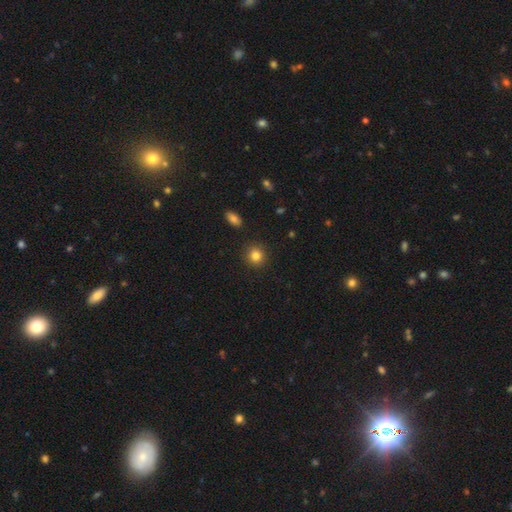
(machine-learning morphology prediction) smooth-or-featured: smooth: 84% | star or artifact: 10% | featured or disk: 6%
  how-rounded: round: 88% | in between: 11% | cigar-shaped: 1%
  merging: none: 90% | minor disturbance: 6% | major disturbance: 2% | merger: 1%